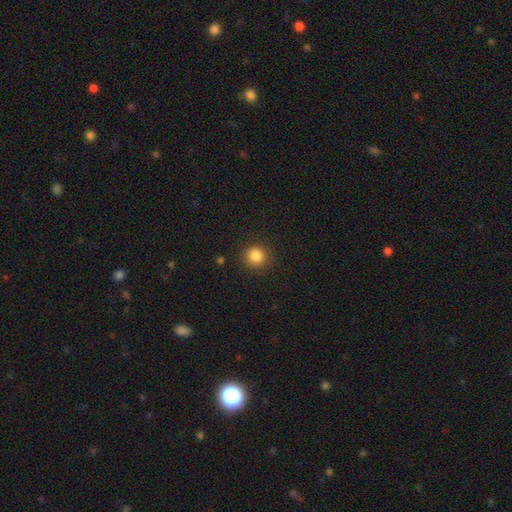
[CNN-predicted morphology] Smooth or featured? Predicted: smooth (p=0.85). How rounded? Predicted: round (p=0.93). Merging? Predicted: none (p=0.89).